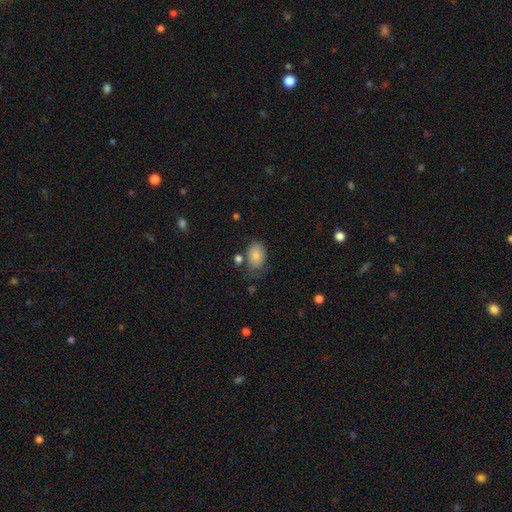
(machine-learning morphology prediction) Overall: smooth (81%). How rounded: in between (84%). Merging: none (55%; minor disturbance 28%).